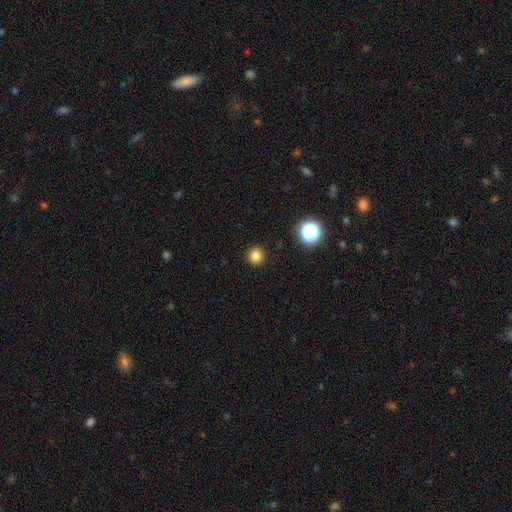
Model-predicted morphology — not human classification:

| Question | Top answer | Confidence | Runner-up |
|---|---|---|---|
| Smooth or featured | smooth | 82% | star or artifact (14%) |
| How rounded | round | 94% | in between (5%) |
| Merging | none | 92% | minor disturbance (5%) |